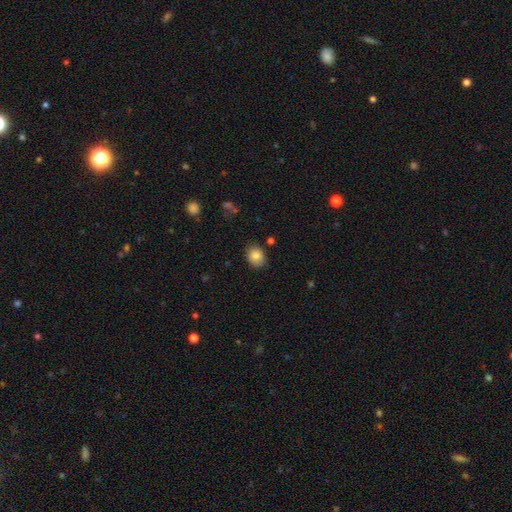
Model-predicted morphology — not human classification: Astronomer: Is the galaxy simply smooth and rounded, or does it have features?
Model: smooth — 84%.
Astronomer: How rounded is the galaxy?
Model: round — 58% (runner-up: in between, 41%).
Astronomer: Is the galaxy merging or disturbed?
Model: none — 84%.